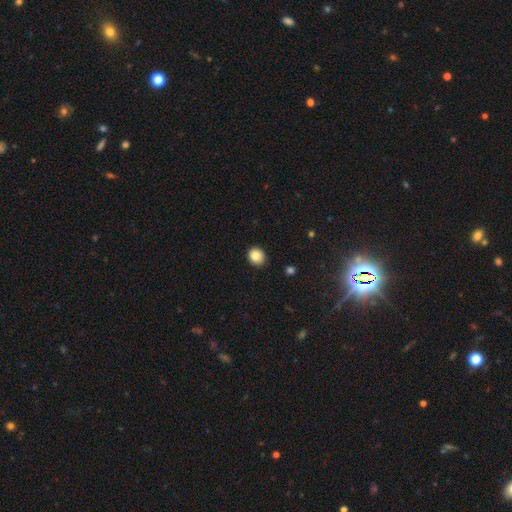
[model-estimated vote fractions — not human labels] Q: Smooth or featured?
A: smooth (84%); runner-up: star or artifact (10%)
Q: How rounded?
A: round (76%); runner-up: in between (23%)
Q: Merging?
A: none (91%); runner-up: minor disturbance (7%)